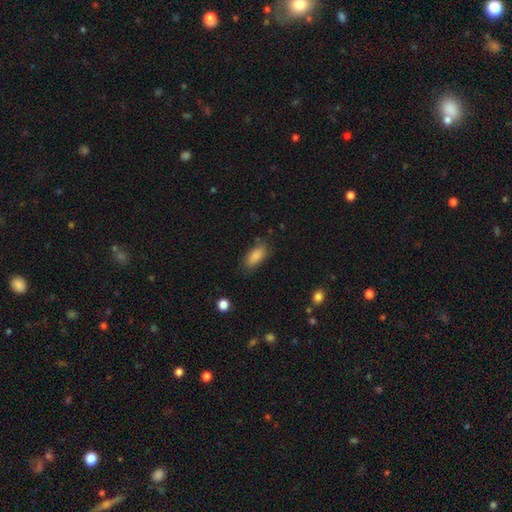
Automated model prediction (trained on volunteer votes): Smooth or featured? Predicted: smooth (p=0.87). How rounded? Predicted: in between (p=0.85). Merging? Predicted: none (p=0.75).